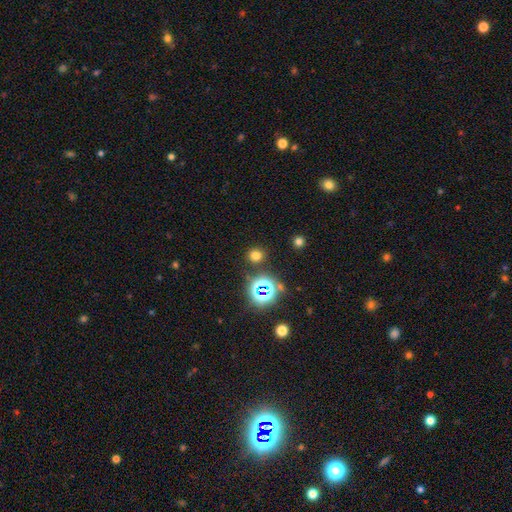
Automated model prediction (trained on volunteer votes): This appears to be a smooth galaxy with no disk features (67%) that is round (88%). Merging: none (87%).